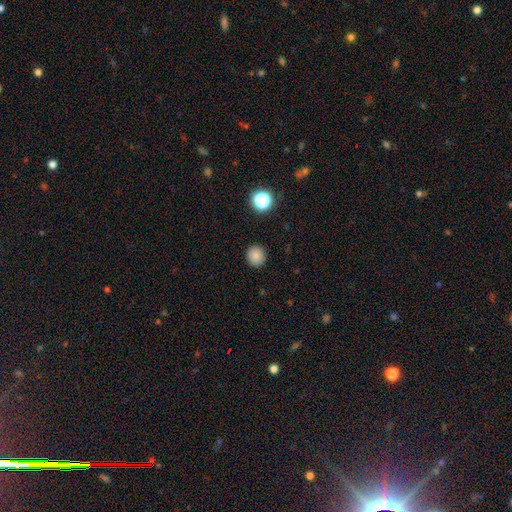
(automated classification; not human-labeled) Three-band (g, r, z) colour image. It shows a smooth galaxy with no disk features (84%) that is round (86%). Merging: none (91%).